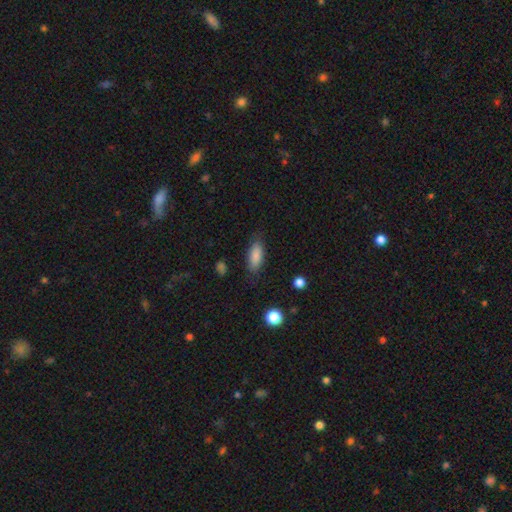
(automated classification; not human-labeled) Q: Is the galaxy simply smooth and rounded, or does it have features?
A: smooth — 85%.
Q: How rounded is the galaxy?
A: in between — 79%.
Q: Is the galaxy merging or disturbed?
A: none — 78%.